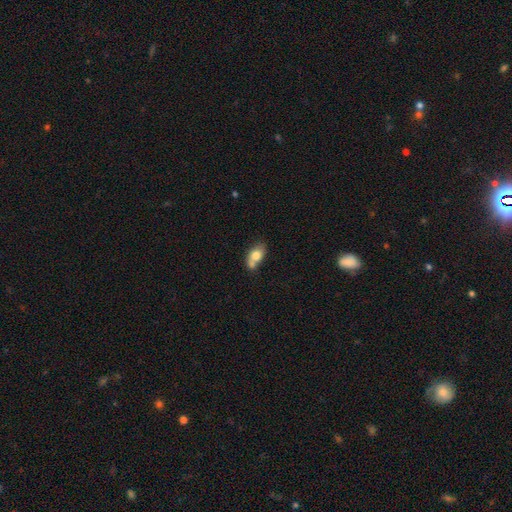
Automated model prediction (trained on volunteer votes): Smooth or featured? smooth (74%)
How rounded? in between (80%)
Merging? merger (40%)